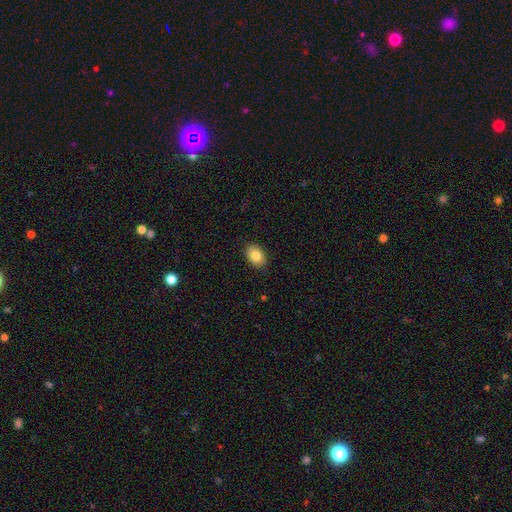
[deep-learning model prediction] Smooth or featured?
  - smooth: 84% *
  - featured or disk: 8%
  - star or artifact: 8%
How rounded?
  - in between: 77% *
  - round: 22%
  - cigar-shaped: 1%
Merging?
  - none: 88% *
  - minor disturbance: 9%
  - major disturbance: 2%
  - merger: 1%